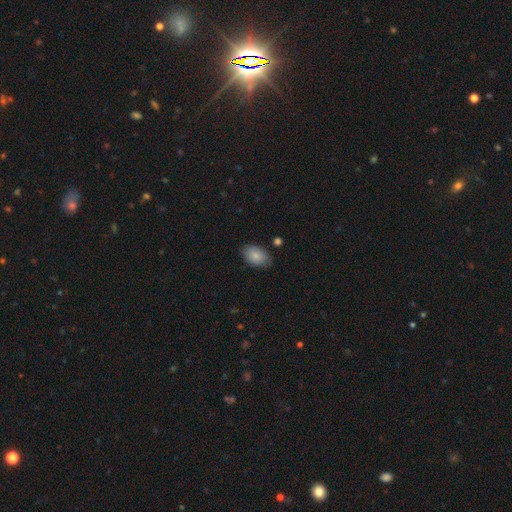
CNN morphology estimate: Smooth or featured: smooth — 85% (featured or disk — 8%)
How rounded: in between — 90% (round — 9%)
Merging: none — 82% (minor disturbance — 13%)